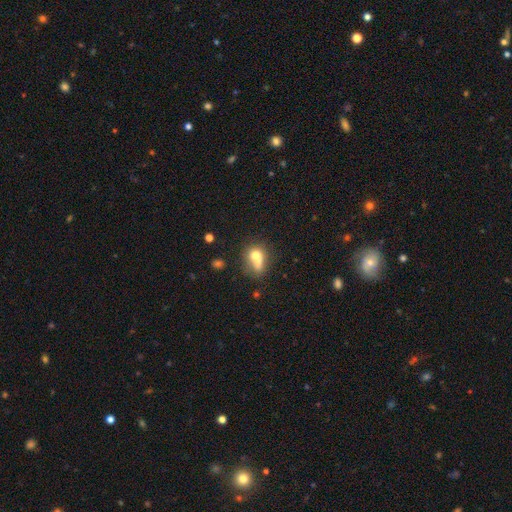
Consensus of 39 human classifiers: smooth-or-featured: smooth: 59% | featured or disk: 33% | star or artifact: 8%
  how-rounded: in between: 52% | round: 35% | cigar-shaped: 13%
  merging: none: 33% | merger: 31% | minor disturbance: 22% | major disturbance: 14%